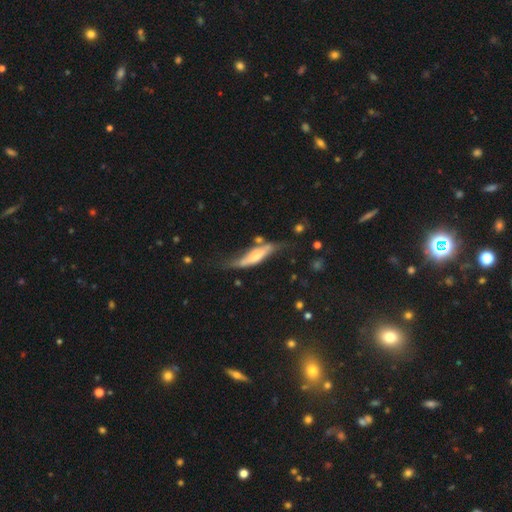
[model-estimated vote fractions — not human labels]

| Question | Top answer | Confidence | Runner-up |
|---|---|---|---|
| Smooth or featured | featured or disk | 53% | smooth (41%) |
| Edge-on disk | yes | 62% | no (38%) |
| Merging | none | 43% | minor disturbance (31%) |